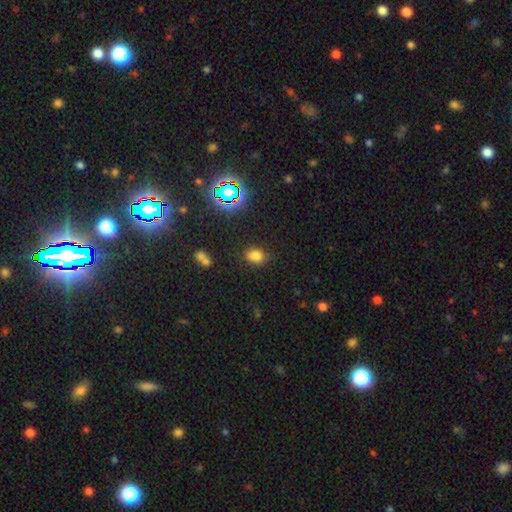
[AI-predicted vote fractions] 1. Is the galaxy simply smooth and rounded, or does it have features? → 74% smooth, 19% star or artifact, 8% featured or disk.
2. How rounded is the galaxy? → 65% in between, 33% round, 2% cigar-shaped.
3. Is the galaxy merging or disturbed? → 77% none, 15% minor disturbance, 4% major disturbance, 3% merger.